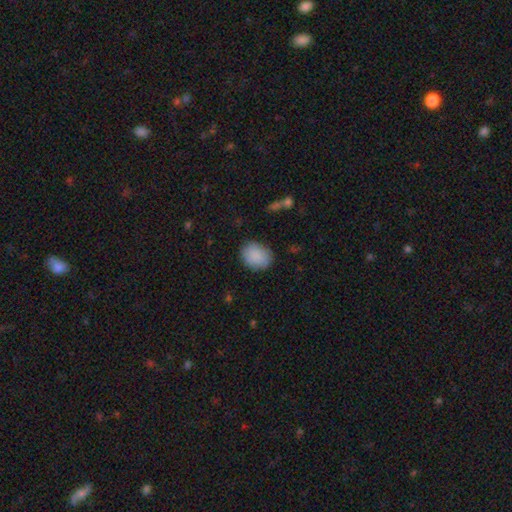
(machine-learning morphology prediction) smooth-or-featured: smooth: 89% | star or artifact: 7% | featured or disk: 4%
  how-rounded: round: 51% | in between: 48% | cigar-shaped: 1%
  merging: none: 84% | minor disturbance: 12% | major disturbance: 3% | merger: 1%